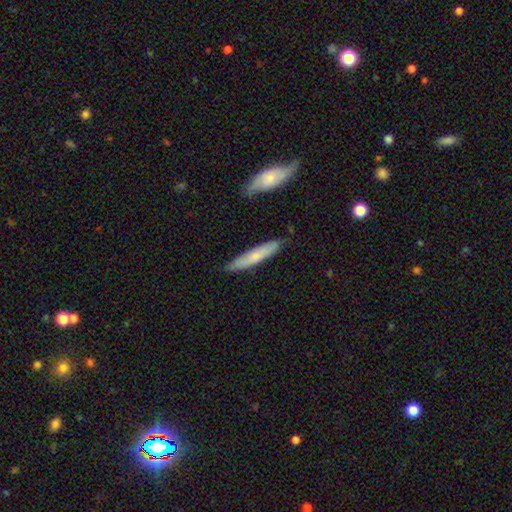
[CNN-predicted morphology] Smooth or featured? smooth (66%)
How rounded? cigar-shaped (87%)
Merging? none (82%)